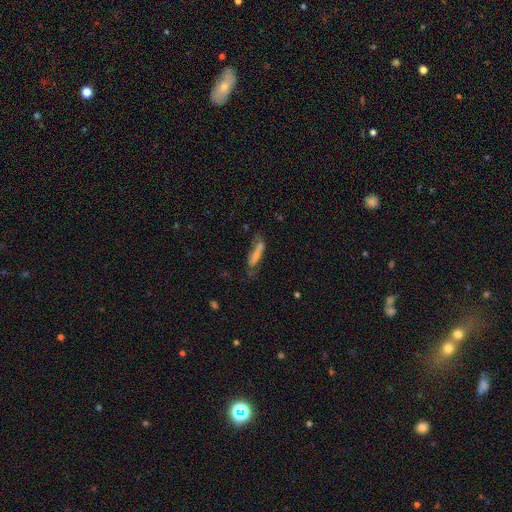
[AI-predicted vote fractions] Overall: featured or disk (46%; smooth 45%). Merging: none (52%; minor disturbance 24%).